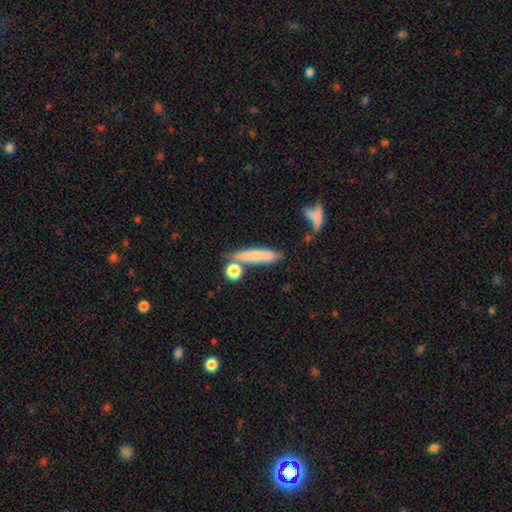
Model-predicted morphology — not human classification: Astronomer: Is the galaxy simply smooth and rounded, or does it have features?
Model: smooth — 71%.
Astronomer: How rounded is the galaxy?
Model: cigar-shaped — 79%.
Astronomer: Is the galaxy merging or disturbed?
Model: none — 61%.